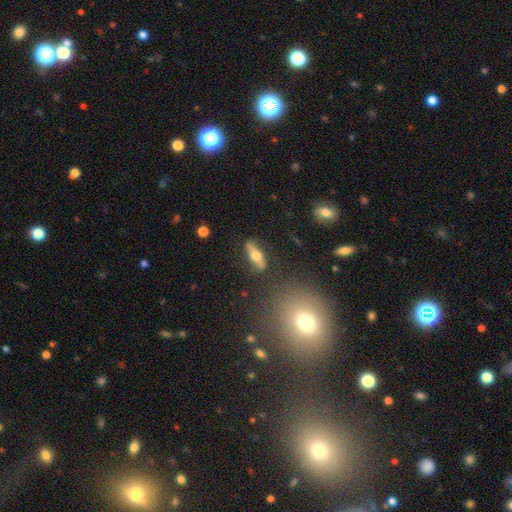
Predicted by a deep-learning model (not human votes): This appears to be a featured or disk galaxy (51%) viewed edge-on (69%). Merging: none (76%).